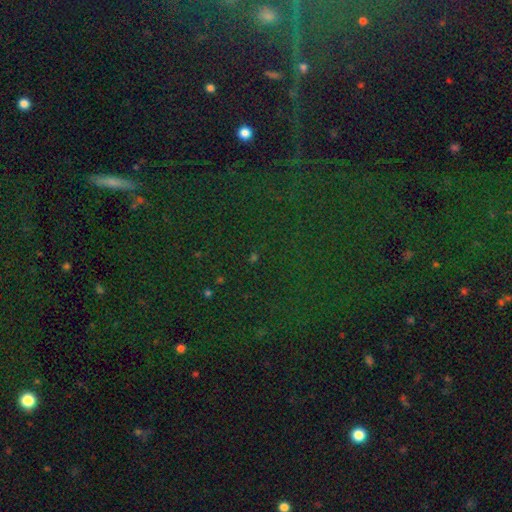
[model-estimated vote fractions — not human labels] star or artifact 78%, smooth 14%, featured or disk 8%.